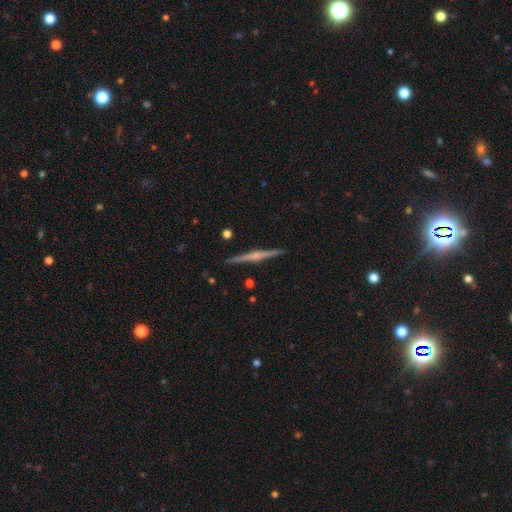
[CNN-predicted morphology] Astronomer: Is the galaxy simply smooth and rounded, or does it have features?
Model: featured or disk — 79%.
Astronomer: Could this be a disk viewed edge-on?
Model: yes — 99%.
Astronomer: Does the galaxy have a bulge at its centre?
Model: rounded — 75%.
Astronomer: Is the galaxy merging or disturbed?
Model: none — 92%.